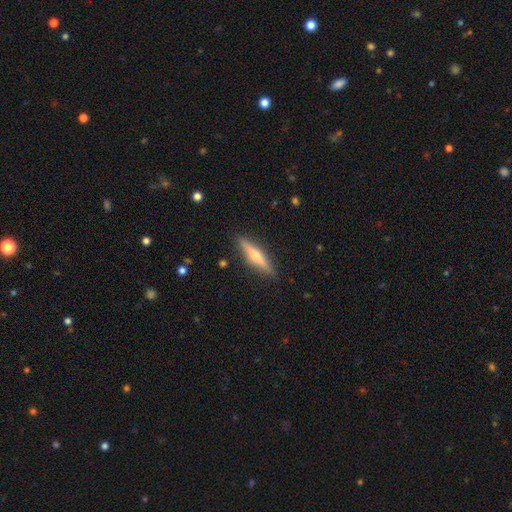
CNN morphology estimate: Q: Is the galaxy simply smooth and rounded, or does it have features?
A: featured or disk — 49%.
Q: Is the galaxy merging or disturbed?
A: none — 88%.